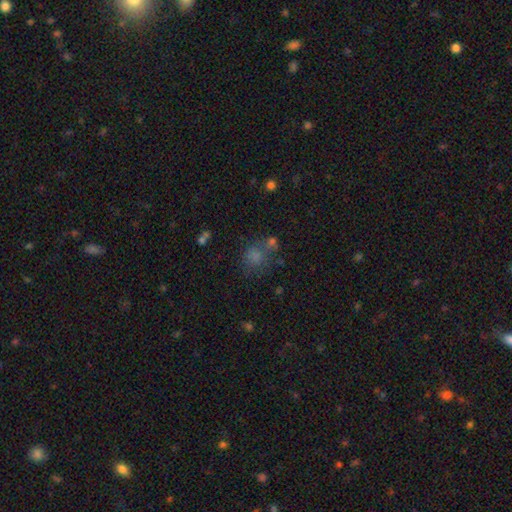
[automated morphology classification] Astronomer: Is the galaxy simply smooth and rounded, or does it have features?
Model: smooth — 69%.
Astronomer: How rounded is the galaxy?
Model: round — 75%.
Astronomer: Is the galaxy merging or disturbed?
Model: none — 52%.